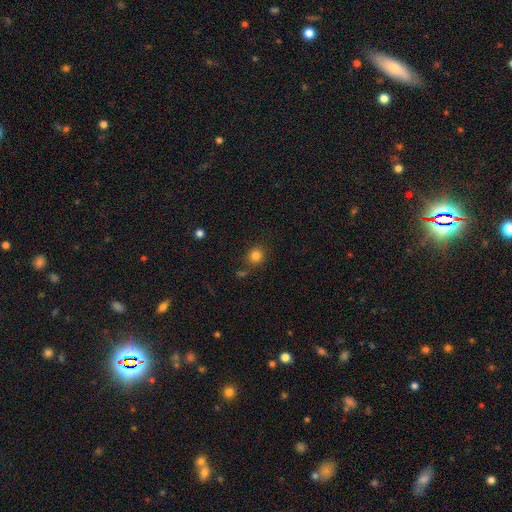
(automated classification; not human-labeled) smooth_or_featured: smooth (p=0.82) [alt: star or artifact p=0.13]
how_rounded: round (p=0.87) [alt: in between p=0.12]
merging: none (p=0.80) [alt: minor disturbance p=0.11]